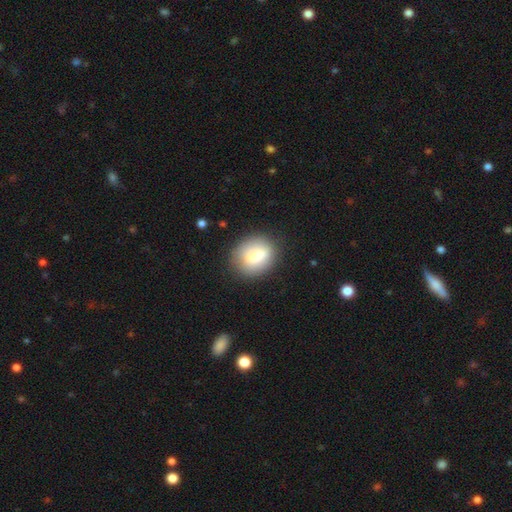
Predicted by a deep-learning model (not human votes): smooth_or_featured: smooth (p=0.76) [alt: featured or disk p=0.16]
how_rounded: round (p=0.54) [alt: in between p=0.44]
merging: none (p=0.79) [alt: minor disturbance p=0.14]